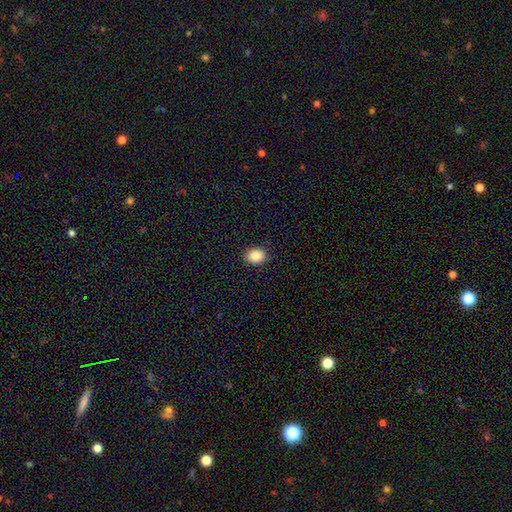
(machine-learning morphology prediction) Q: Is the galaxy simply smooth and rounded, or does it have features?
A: smooth — 87%.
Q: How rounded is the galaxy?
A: round — 54%.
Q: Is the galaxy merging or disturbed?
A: none — 90%.